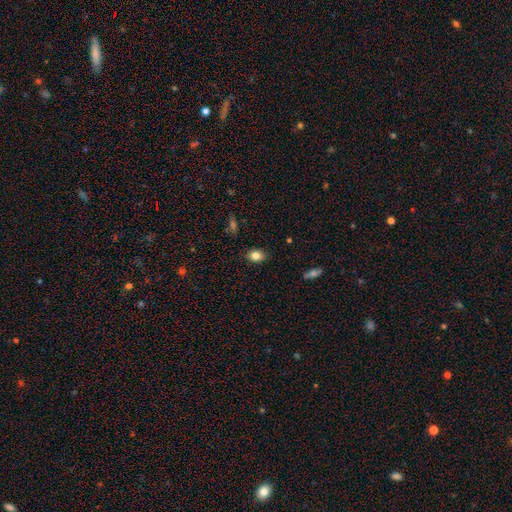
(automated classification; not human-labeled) smooth 82%, star or artifact 9%, featured or disk 9%. Down the decision tree: how rounded — in between (75%); merging — none (85%).